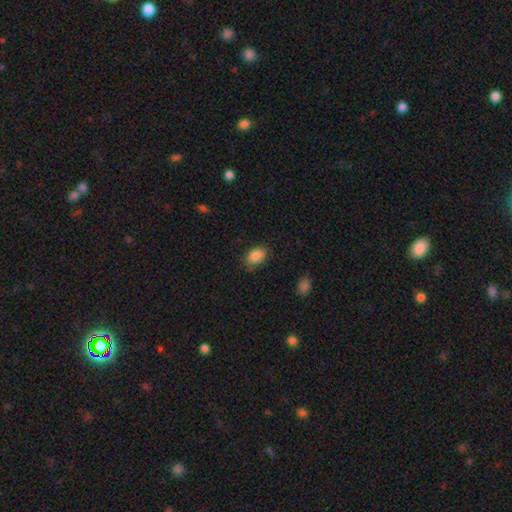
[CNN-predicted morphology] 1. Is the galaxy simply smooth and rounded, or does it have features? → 86% smooth, 8% star or artifact, 6% featured or disk.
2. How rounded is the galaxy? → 84% in between, 15% round, 1% cigar-shaped.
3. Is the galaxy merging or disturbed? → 80% none, 15% minor disturbance, 3% major disturbance, 1% merger.